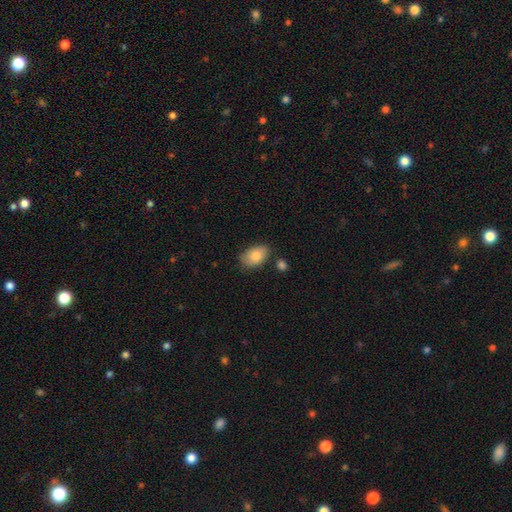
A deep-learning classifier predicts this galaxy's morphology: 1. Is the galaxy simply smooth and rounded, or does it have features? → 82% smooth, 11% featured or disk, 7% star or artifact.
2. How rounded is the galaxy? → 91% in between, 8% round, 1% cigar-shaped.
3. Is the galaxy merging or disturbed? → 75% none, 17% minor disturbance, 5% merger, 3% major disturbance.